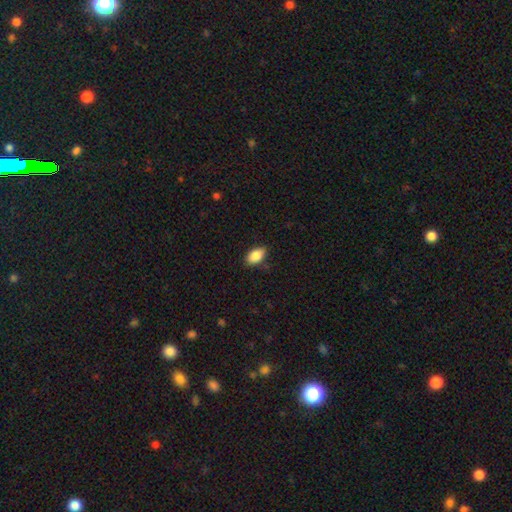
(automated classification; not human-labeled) Q: Smooth or featured?
A: smooth (87%); runner-up: star or artifact (7%)
Q: How rounded?
A: in between (91%); runner-up: round (6%)
Q: Merging?
A: none (85%); runner-up: minor disturbance (12%)